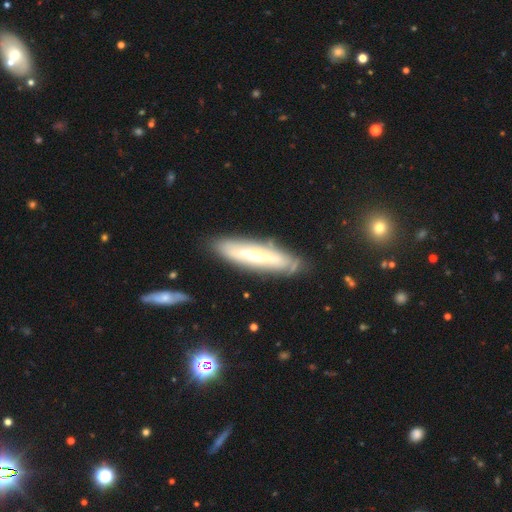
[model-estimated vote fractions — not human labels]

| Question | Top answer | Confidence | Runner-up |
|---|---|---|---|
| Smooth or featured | featured or disk | 67% | smooth (27%) |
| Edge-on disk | yes | 54% | no (46%) |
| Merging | none | 78% | minor disturbance (15%) |